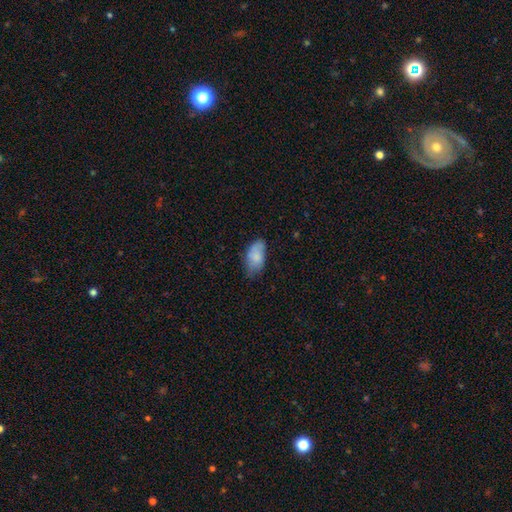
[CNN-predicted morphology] Smooth or featured?
  - smooth: 79% *
  - featured or disk: 14%
  - star or artifact: 7%
How rounded?
  - in between: 94% *
  - round: 3%
  - cigar-shaped: 3%
Merging?
  - none: 57% *
  - minor disturbance: 33%
  - major disturbance: 8%
  - merger: 2%